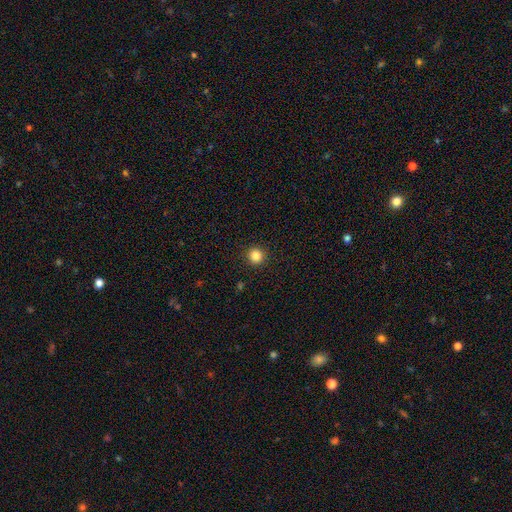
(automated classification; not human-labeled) A smooth galaxy with no disk features (85%) that is round (95%).

Vote fractions:
- Smooth or featured? smooth: 85% / star or artifact: 12% / featured or disk: 4%
- How rounded? round: 95% / in between: 5% / cigar-shaped: 1%
- Merging? none: 93% / minor disturbance: 5% / major disturbance: 2% / merger: 1%